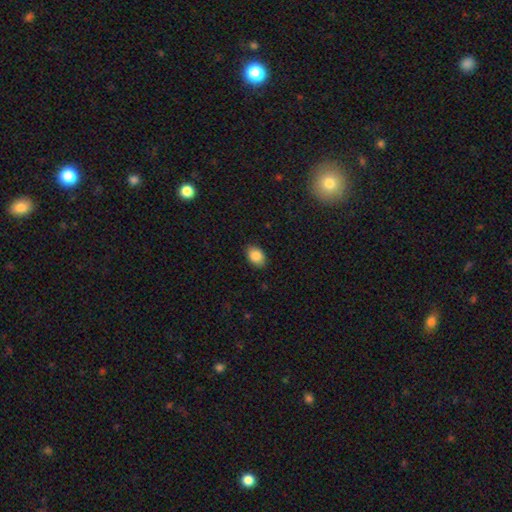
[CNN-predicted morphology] Smooth or featured: smooth — 87% (star or artifact — 8%)
How rounded: in between — 81% (round — 18%)
Merging: none — 86% (minor disturbance — 10%)